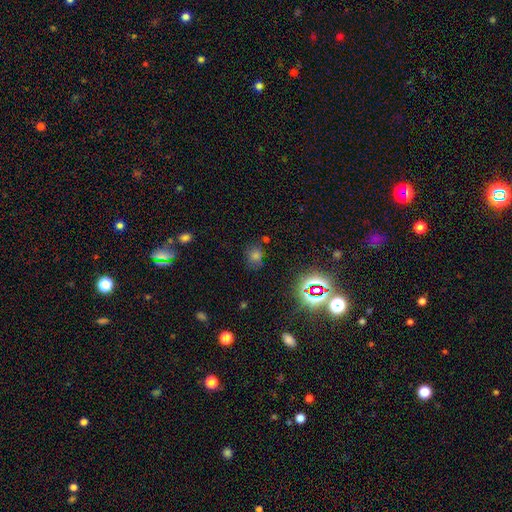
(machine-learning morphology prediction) smooth 62%, star or artifact 31%, featured or disk 7%. Down the decision tree: how rounded — round (67%); merging — none (72%).